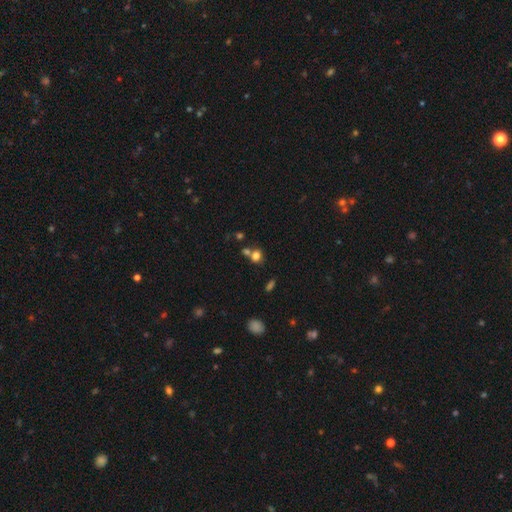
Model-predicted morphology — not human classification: Smooth or featured?
  - smooth: 76% *
  - star or artifact: 15%
  - featured or disk: 9%
How rounded?
  - round: 65% *
  - in between: 33%
  - cigar-shaped: 1%
Merging?
  - none: 51% *
  - merger: 35%
  - minor disturbance: 10%
  - major disturbance: 4%